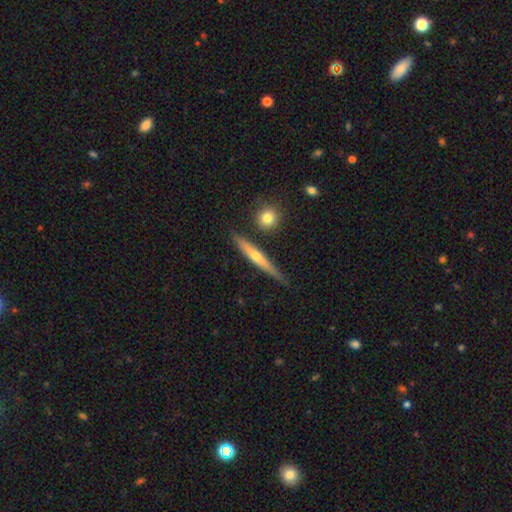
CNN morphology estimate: This is possibly a featured or disk galaxy (56%). It is clearly viewed edge-on (95%). Edge-on bulge: likely rounded (65%). Merging: clearly none (82%).